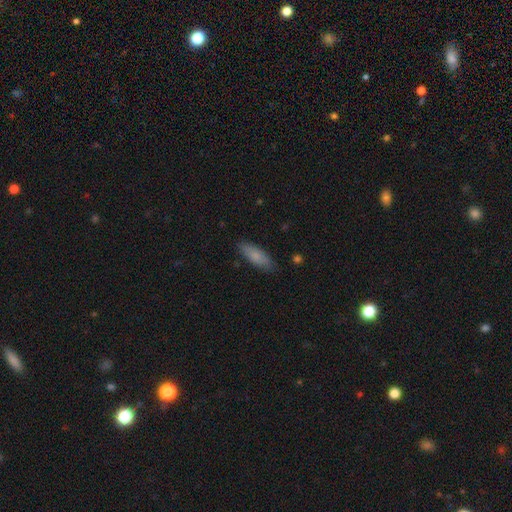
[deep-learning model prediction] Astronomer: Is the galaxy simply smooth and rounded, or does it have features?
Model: smooth — 81%.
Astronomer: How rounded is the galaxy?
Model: in between — 60% (runner-up: cigar-shaped, 38%).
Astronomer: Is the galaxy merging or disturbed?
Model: none — 84%.